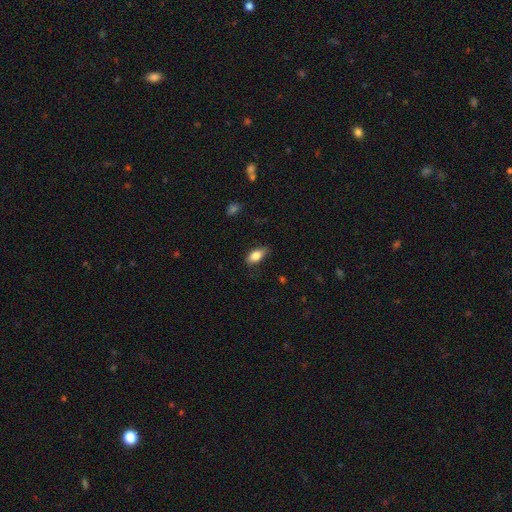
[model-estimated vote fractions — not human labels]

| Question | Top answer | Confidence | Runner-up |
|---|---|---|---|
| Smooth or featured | smooth | 83% | featured or disk (10%) |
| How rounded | in between | 86% | cigar-shaped (9%) |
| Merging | none | 68% | minor disturbance (26%) |